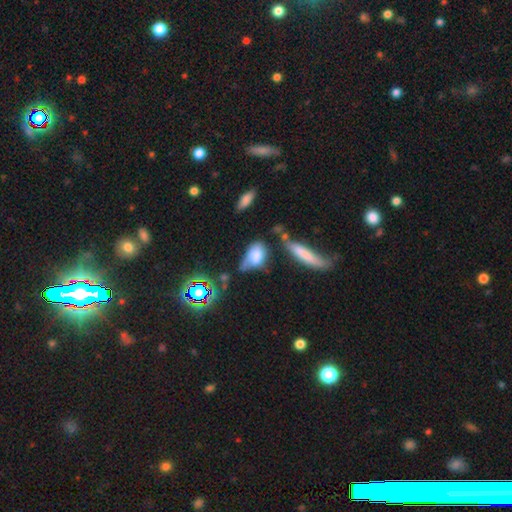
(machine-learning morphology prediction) This appears to be a smooth galaxy with no disk features (69%) that is in between round and cigar-shaped (85%). Merging: minor disturbance (31%).